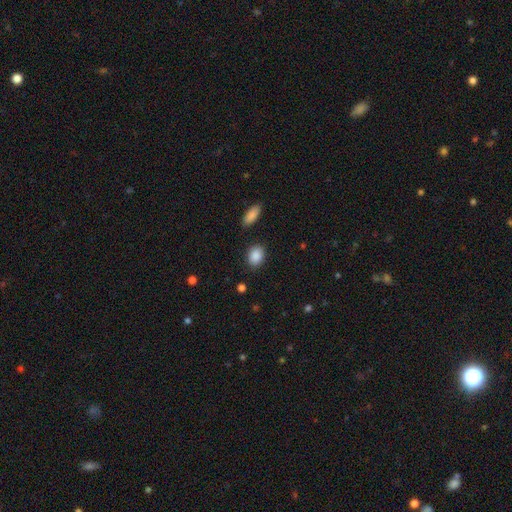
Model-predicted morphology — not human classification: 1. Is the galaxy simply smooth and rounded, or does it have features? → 89% smooth, 8% star or artifact, 4% featured or disk.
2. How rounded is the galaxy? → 67% in between, 32% round, 1% cigar-shaped.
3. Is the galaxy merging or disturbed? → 86% none, 9% minor disturbance, 3% major disturbance, 2% merger.